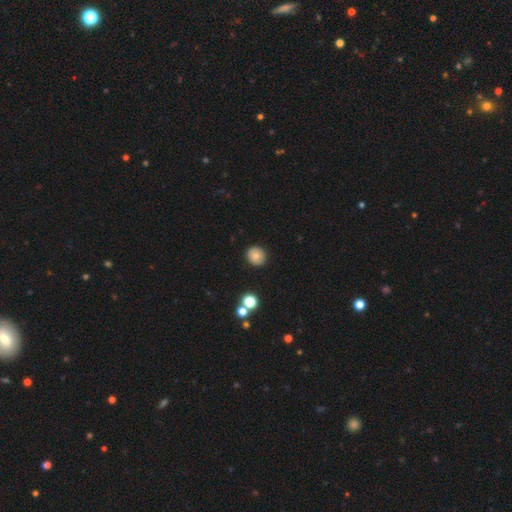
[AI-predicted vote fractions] Q: Smooth or featured?
A: smooth (75%); runner-up: featured or disk (15%)
Q: How rounded?
A: round (89%); runner-up: in between (10%)
Q: Merging?
A: none (90%); runner-up: minor disturbance (7%)